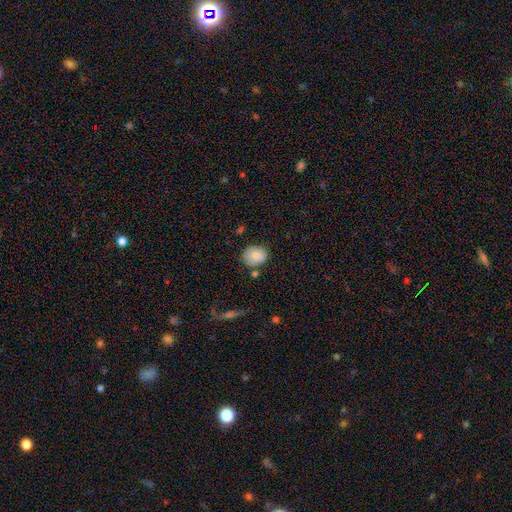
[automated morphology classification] This appears to be a smooth galaxy with no disk features (83%) that is in between round and cigar-shaped (51%). Merging: none (73%).